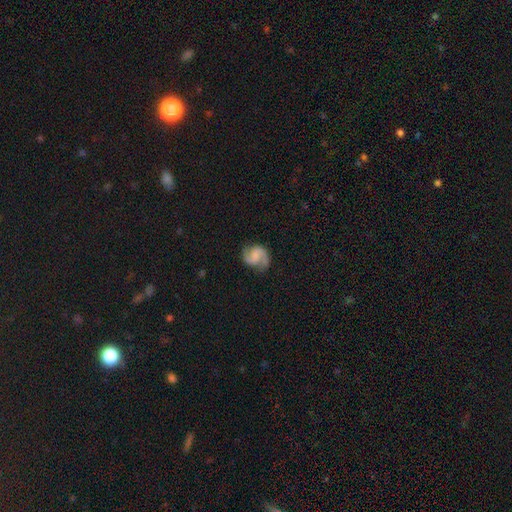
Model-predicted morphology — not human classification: This appears to be a featured or disk galaxy (82%) with a weak bar (45%), 2 (92%) medium (54%) spiral arms (97%) and no central bulge (49%). Merging: none (79%).